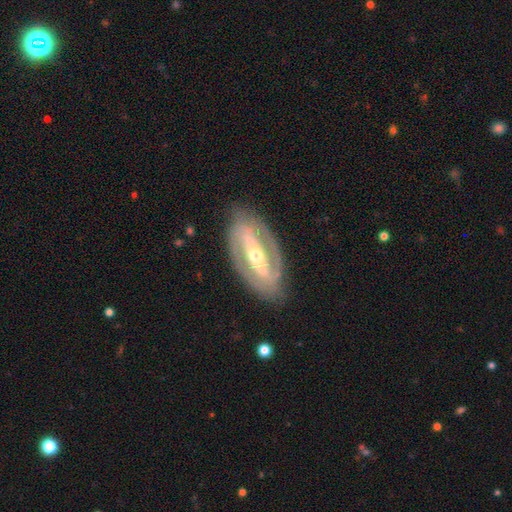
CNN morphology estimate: smooth-or-featured: featured or disk: 85% | smooth: 10% | star or artifact: 5%
  disk-edge-on: no: 91% | yes: 9%
    bar: strong: 66% | weak: 21% | no: 14%
    has-spiral-arms: yes: 78% | no: 22%
      spiral-winding: tight: 47% | medium: 38% | loose: 15%
      spiral-arm-count: 2: 85% | can't tell: 9% | 1: 2% | 3: 2% | 4: 1% | more than 4: 1%
    bulge-size: small: 50% | moderate: 46% | large: 2% | dominant: 1% | none: 1%
  merging: none: 84% | minor disturbance: 11% | major disturbance: 4% | merger: 1%